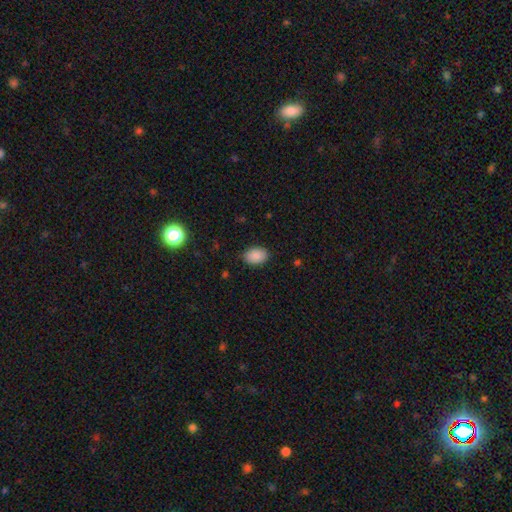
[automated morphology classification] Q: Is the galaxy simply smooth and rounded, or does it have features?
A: smooth — 89%.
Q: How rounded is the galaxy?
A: in between — 86%.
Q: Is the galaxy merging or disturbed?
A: none — 87%.